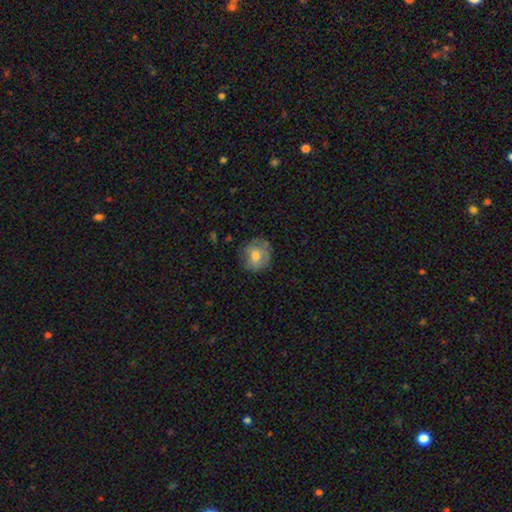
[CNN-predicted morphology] Smooth or featured: smooth — 67% (featured or disk — 25%)
How rounded: round — 77% (in between — 22%)
Merging: none — 67% (minor disturbance — 23%)